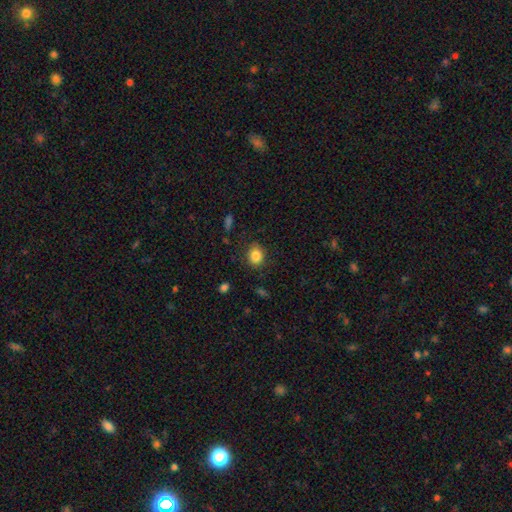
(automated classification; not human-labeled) The model was most divided on "how rounded": round: 57%, in between: 42%, cigar-shaped: 1%. More confident: smooth or featured — smooth (84%); merging — none (82%).